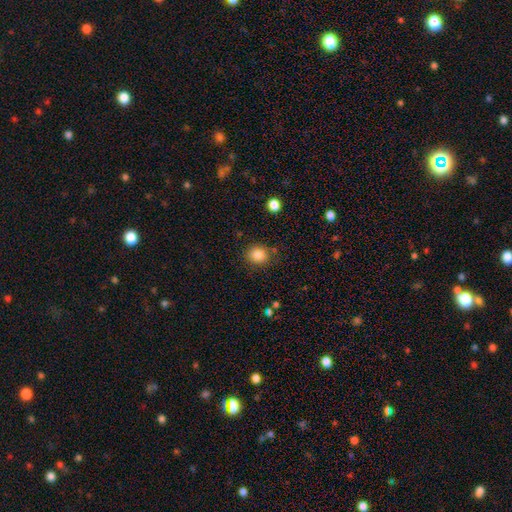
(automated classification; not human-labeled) smooth-or-featured: smooth: 84% | star or artifact: 11% | featured or disk: 5%
  how-rounded: round: 73% | in between: 26% | cigar-shaped: 1%
  merging: none: 83% | minor disturbance: 11% | major disturbance: 3% | merger: 3%